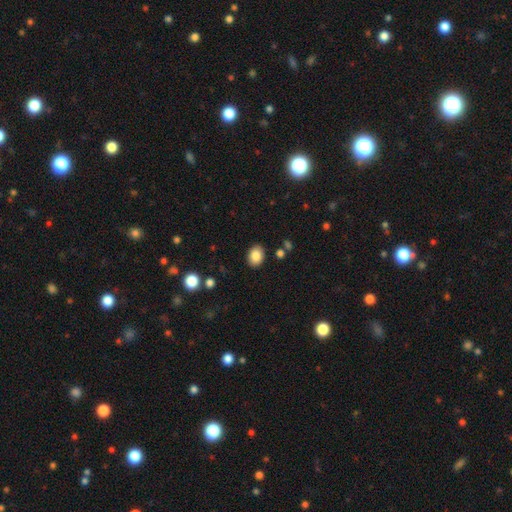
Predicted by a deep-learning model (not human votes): A smooth galaxy with no disk features (85%) that is in between round and cigar-shaped (64%).

Vote fractions:
- Smooth or featured? smooth: 85% / star or artifact: 9% / featured or disk: 6%
- How rounded? in between: 64% / round: 35% / cigar-shaped: 1%
- Merging? none: 88% / minor disturbance: 8% / major disturbance: 2% / merger: 2%